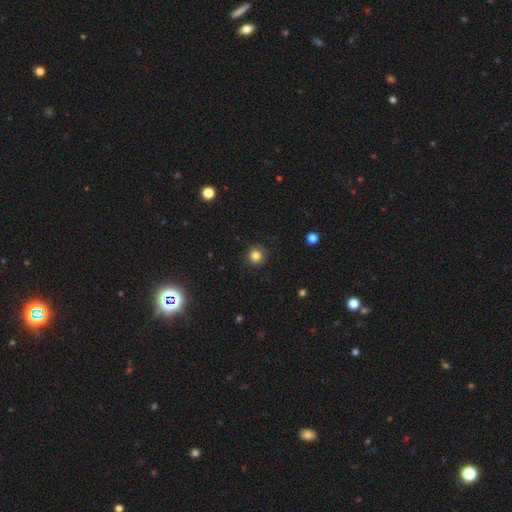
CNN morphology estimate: Smooth or featured? smooth (83%)
How rounded? round (94%)
Merging? none (89%)